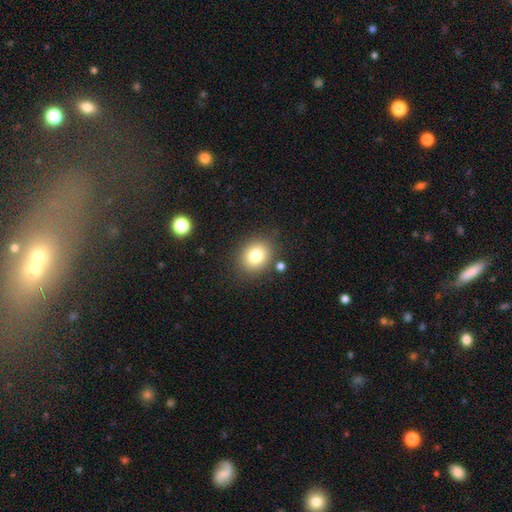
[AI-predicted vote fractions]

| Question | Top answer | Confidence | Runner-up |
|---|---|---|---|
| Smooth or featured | smooth | 79% | star or artifact (11%) |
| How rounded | round | 60% | in between (39%) |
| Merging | none | 83% | minor disturbance (10%) |